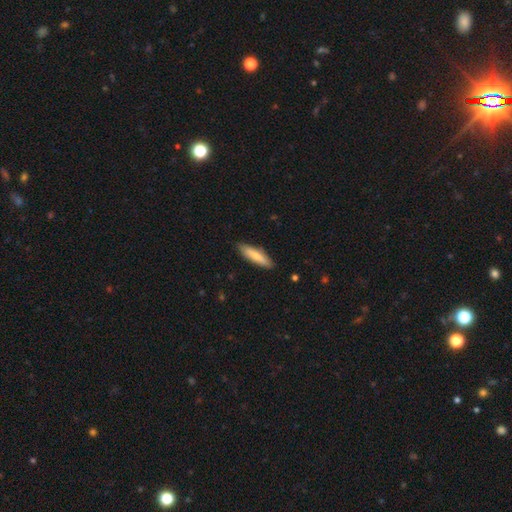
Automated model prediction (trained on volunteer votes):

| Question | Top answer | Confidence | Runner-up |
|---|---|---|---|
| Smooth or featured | smooth | 77% | featured or disk (18%) |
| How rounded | cigar-shaped | 74% | in between (25%) |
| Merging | none | 87% | minor disturbance (10%) |